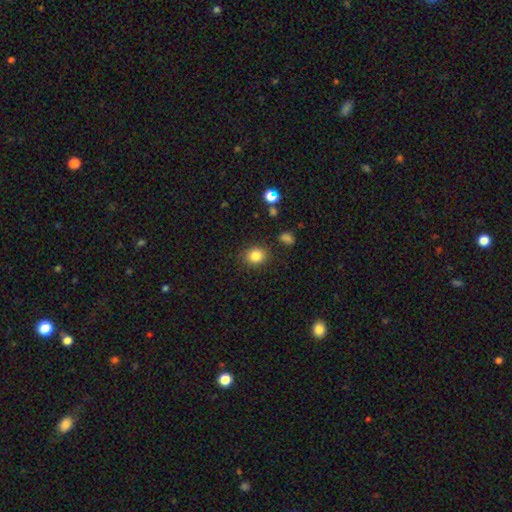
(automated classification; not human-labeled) The model was most divided on "how rounded": round: 70%, in between: 30%, cigar-shaped: 1%. More confident: merging — none (85%); smooth or featured — smooth (83%).